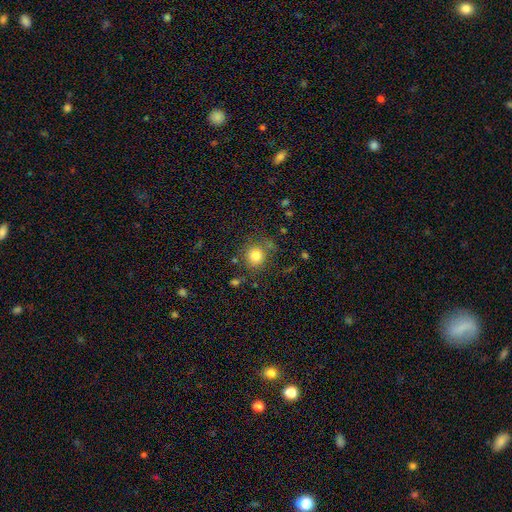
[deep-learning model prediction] Smooth or featured? Predicted: smooth (p=0.81). How rounded? Predicted: round (p=0.88). Merging? Predicted: none (p=0.78).